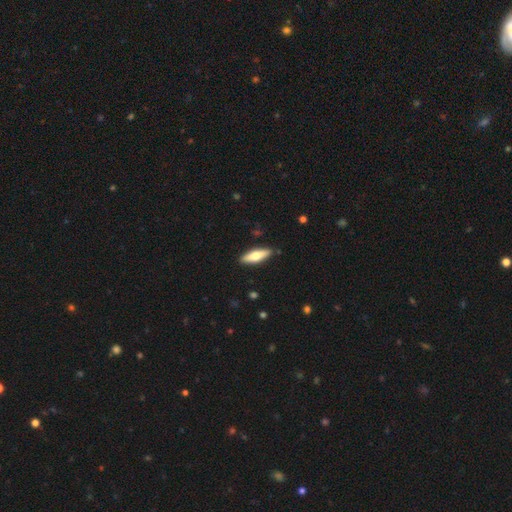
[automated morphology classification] A smooth galaxy with no disk features (56%) that is cigar-shaped (52%).

Vote fractions:
- Smooth or featured? smooth: 56% / featured or disk: 39% / star or artifact: 5%
- How rounded? cigar-shaped: 52% / in between: 46% / round: 2%
- Merging? none: 89% / minor disturbance: 8% / major disturbance: 2% / merger: 1%